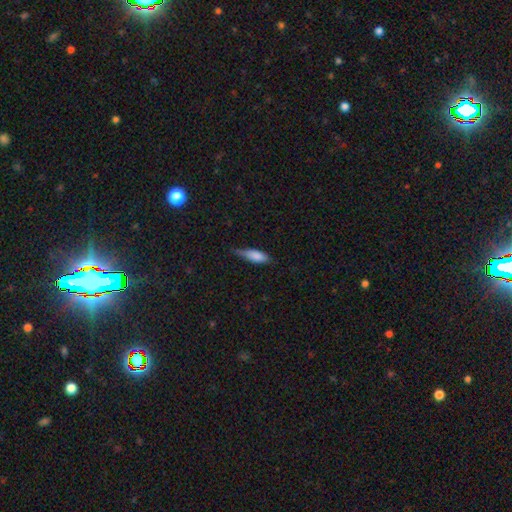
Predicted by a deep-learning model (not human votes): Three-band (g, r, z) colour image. It shows a smooth galaxy with no disk features (77%) that is in between round and cigar-shaped (55%). Merging: none (53%).